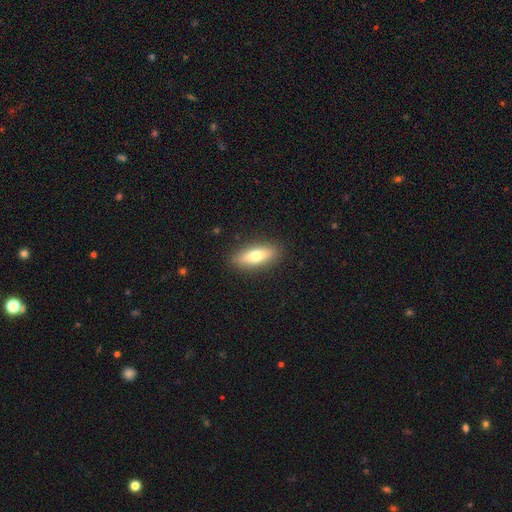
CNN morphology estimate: A smooth galaxy with no disk features (71%) that is in between round and cigar-shaped (62%). Merging: none (89%).